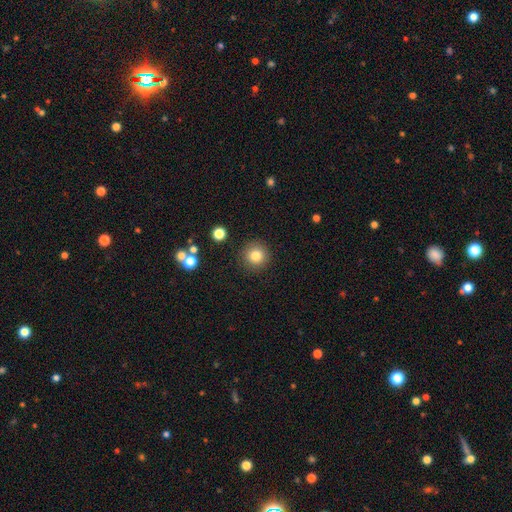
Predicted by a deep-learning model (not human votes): Q: Smooth or featured?
A: smooth (82%); runner-up: star or artifact (11%)
Q: How rounded?
A: round (95%); runner-up: in between (4%)
Q: Merging?
A: none (89%); runner-up: minor disturbance (6%)